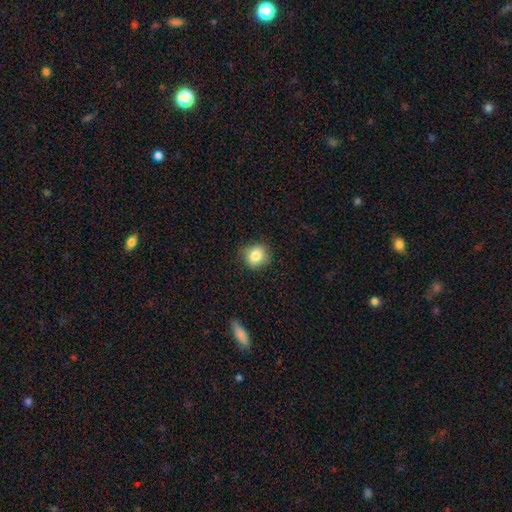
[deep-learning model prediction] This appears to be a smooth galaxy with no disk features (83%) that is round (82%). Merging: none (85%).